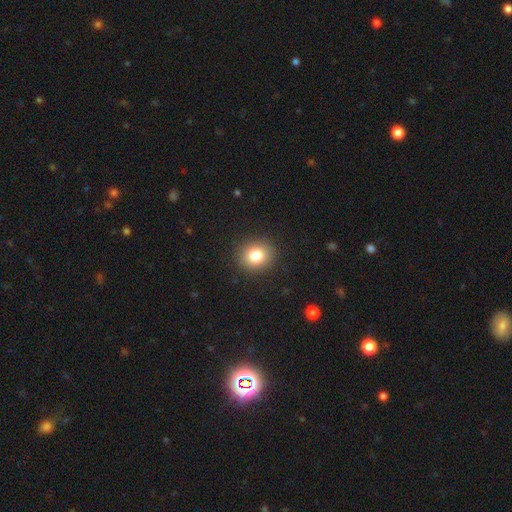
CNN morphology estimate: Overall: smooth (81%). How rounded: round (73%). Merging: none (90%).